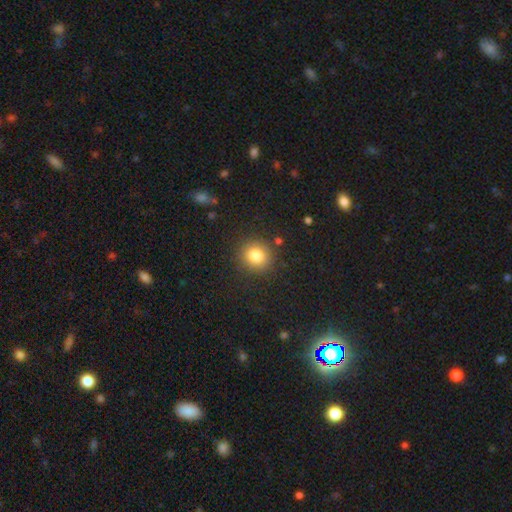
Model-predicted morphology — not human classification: Smooth or featured? smooth (81%)
How rounded? round (87%)
Merging? none (88%)